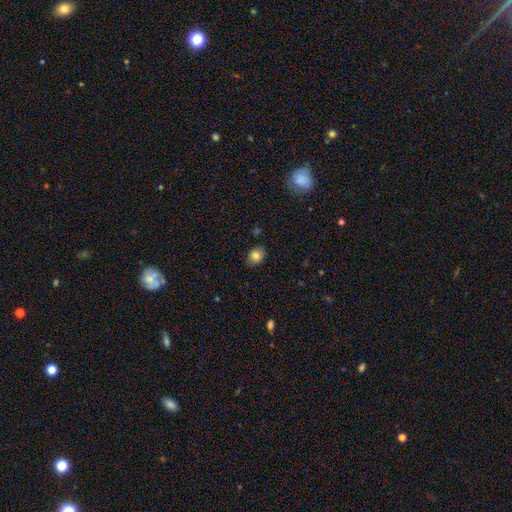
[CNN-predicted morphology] smooth_or_featured: smooth (p=0.83) [alt: star or artifact p=0.10]
how_rounded: round (p=0.56) [alt: in between p=0.43]
merging: none (p=0.85) [alt: minor disturbance p=0.11]